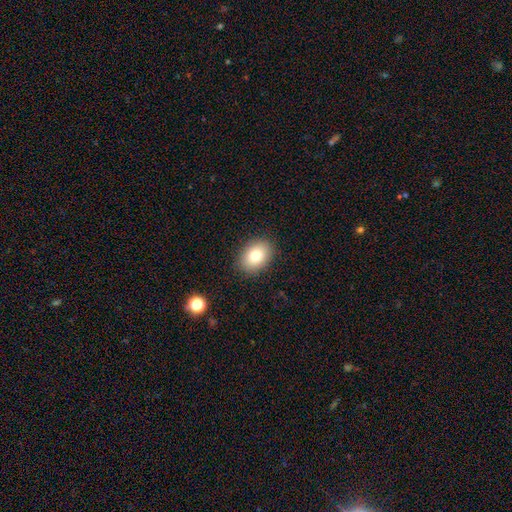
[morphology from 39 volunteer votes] Q: Smooth or featured?
A: smooth (82%); runner-up: star or artifact (10%)
Q: How rounded?
A: in between (69%); runner-up: round (31%)
Q: Merging?
A: none (89%); runner-up: minor disturbance (11%)